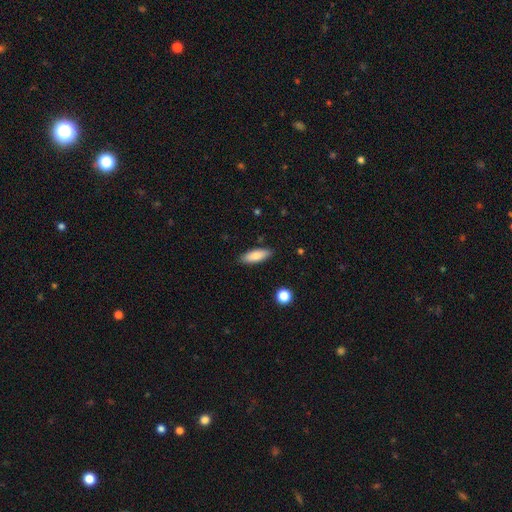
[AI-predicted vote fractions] smooth 83%, featured or disk 10%, star or artifact 6%. Down the decision tree: how rounded — in between (67%); merging — none (87%).